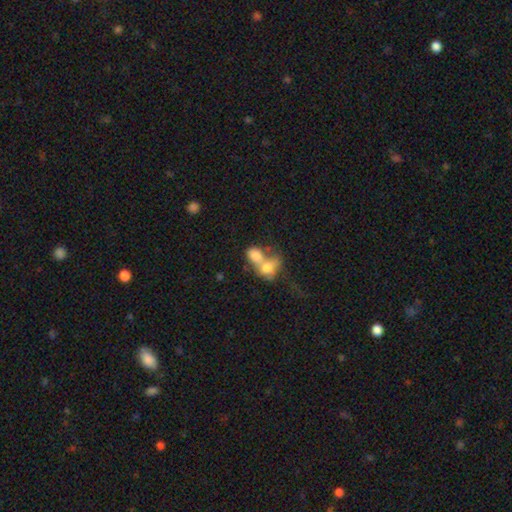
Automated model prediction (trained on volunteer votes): Overall: smooth (69%). How rounded: in between (68%; round 30%). Merging: merger (78%).